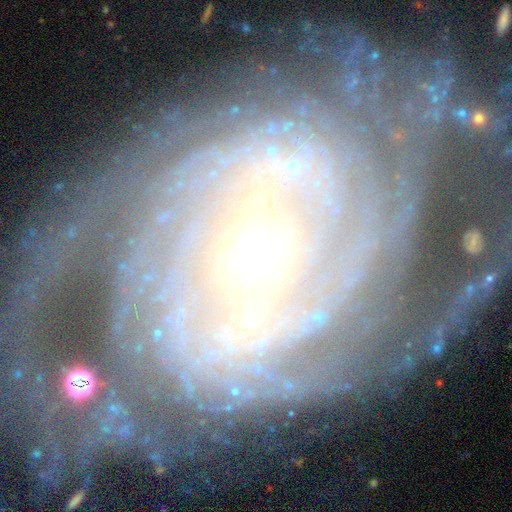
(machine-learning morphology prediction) Smooth or featured: featured or disk — 91% (star or artifact — 5%)
Edge-on disk: no — 96% (yes — 4%)
Bar: weak — 36% (no — 33%)
Spiral arms: yes — 97% (no — 3%)
Spiral winding: tight — 70% (medium — 25%)
Spiral arm count: 2 — 25% (can't tell — 24%)
Bulge size: moderate — 46% (tied with small — 46%)
Merging: none — 71% (minor disturbance — 16%)